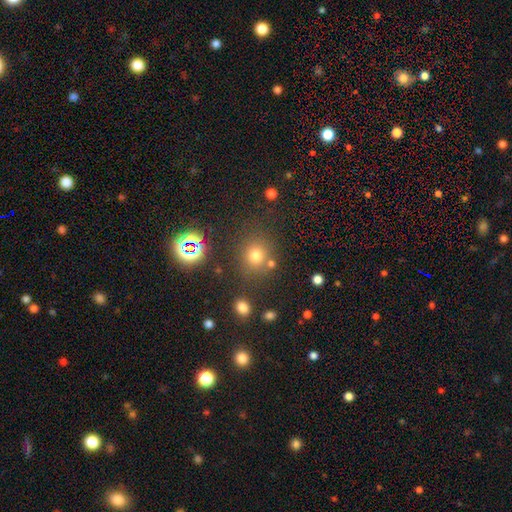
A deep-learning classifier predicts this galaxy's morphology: A smooth galaxy with no disk features (69%) that is round (85%).

Vote fractions:
- Smooth or featured? smooth: 69% / star or artifact: 23% / featured or disk: 8%
- How rounded? round: 85% / in between: 14% / cigar-shaped: 1%
- Merging? none: 76% / minor disturbance: 10% / merger: 9% / major disturbance: 5%